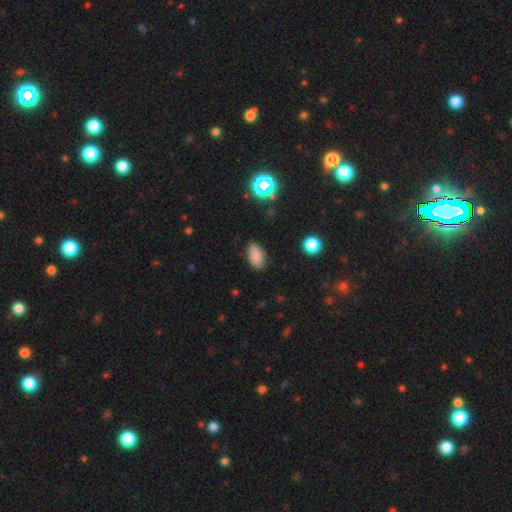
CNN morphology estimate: This appears to be a smooth galaxy with no disk features (84%) that is in between round and cigar-shaped (92%). Merging: none (81%).